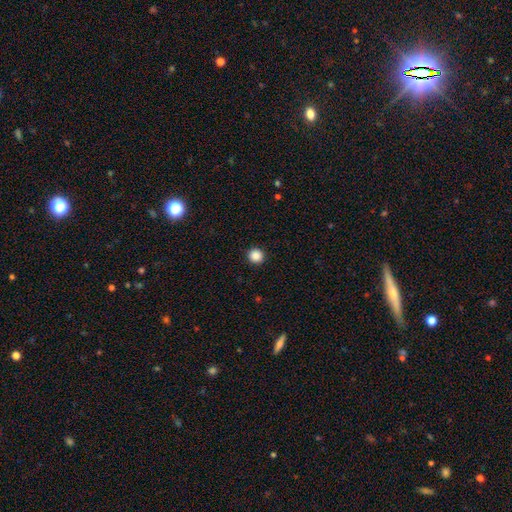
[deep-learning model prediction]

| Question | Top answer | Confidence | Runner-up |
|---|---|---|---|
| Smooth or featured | smooth | 88% | star or artifact (10%) |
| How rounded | round | 94% | in between (5%) |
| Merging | none | 93% | minor disturbance (4%) |